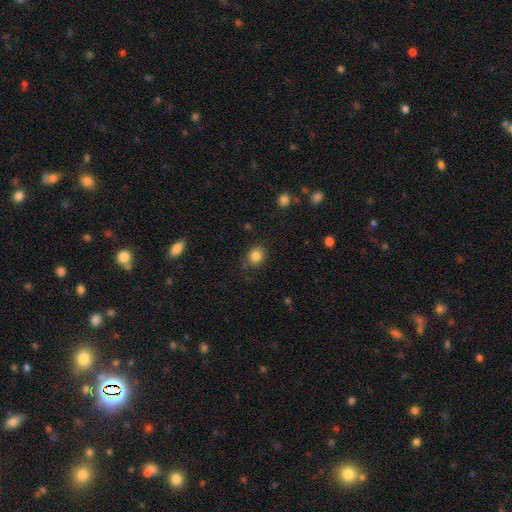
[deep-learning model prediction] smooth 84%, star or artifact 11%, featured or disk 5%. Down the decision tree: how rounded — round (72%); merging — none (80%).